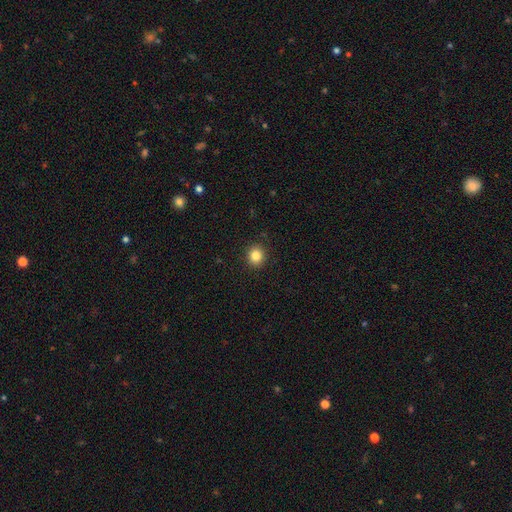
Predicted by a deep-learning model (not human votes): Smooth or featured? Predicted: smooth (p=0.84). How rounded? Predicted: round (p=0.88). Merging? Predicted: none (p=0.92).